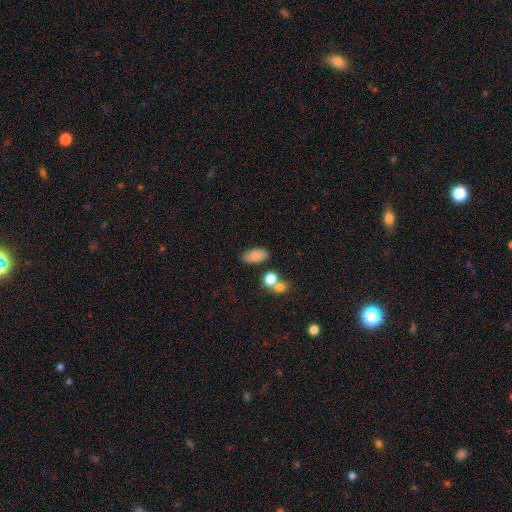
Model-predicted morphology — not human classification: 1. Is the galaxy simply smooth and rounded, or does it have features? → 84% smooth, 9% star or artifact, 8% featured or disk.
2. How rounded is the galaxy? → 91% in between, 5% round, 4% cigar-shaped.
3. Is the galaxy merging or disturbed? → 71% none, 14% minor disturbance, 10% merger, 4% major disturbance.